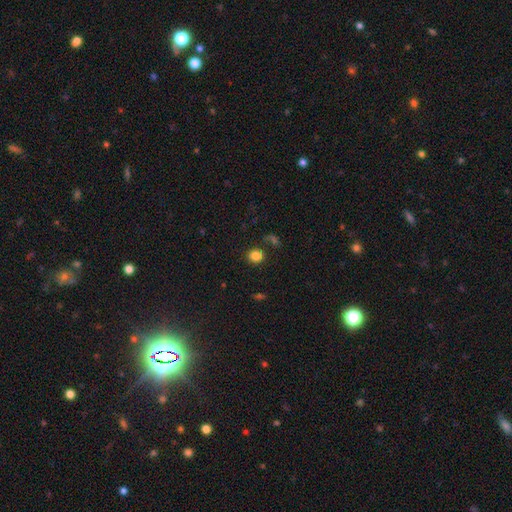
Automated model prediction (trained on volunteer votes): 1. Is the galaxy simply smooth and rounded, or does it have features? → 84% smooth, 11% star or artifact, 5% featured or disk.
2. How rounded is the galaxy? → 74% round, 25% in between, 1% cigar-shaped.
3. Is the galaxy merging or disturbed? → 80% none, 10% minor disturbance, 6% merger, 4% major disturbance.